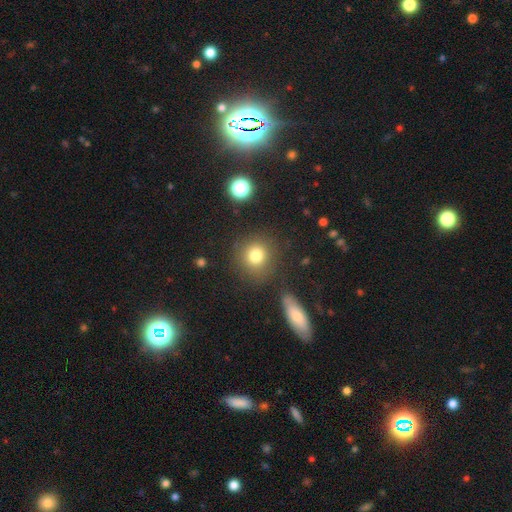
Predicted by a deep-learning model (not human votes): Smooth or featured: smooth — 79% (star or artifact — 12%)
How rounded: round — 87% (in between — 12%)
Merging: none — 81% (minor disturbance — 10%)